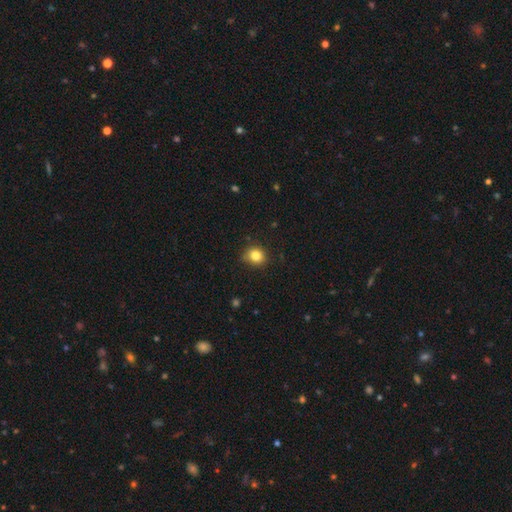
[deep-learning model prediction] Overall: smooth (83%). How rounded: round (80%). Merging: none (84%).